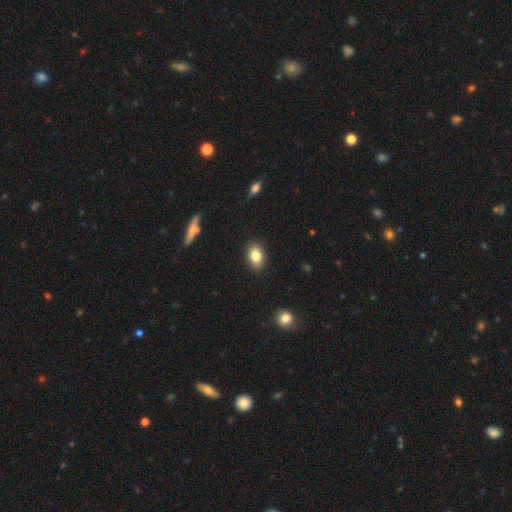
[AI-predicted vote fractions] Overall: smooth (82%). How rounded: in between (86%). Merging: none (88%).